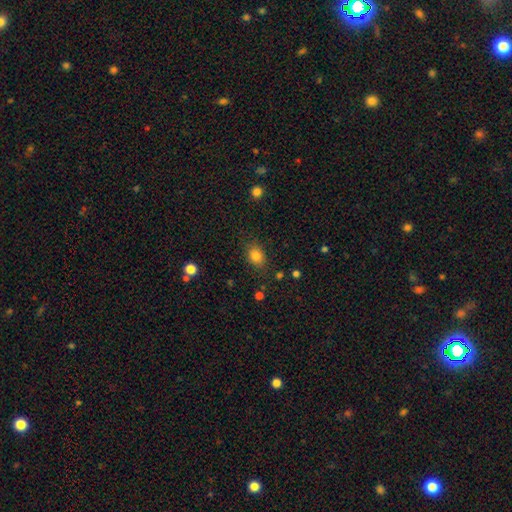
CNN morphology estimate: type=smooth (84%); roundness=in between (58%); merging=none (80%).